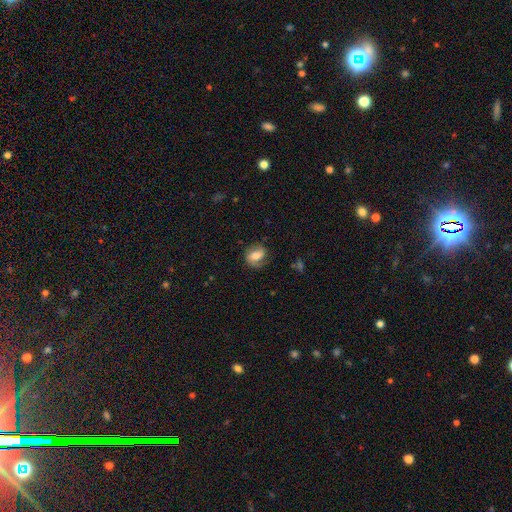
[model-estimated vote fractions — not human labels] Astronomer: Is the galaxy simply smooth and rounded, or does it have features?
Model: smooth — 50% (runner-up: featured or disk, 41%).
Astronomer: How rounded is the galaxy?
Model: in between — 54% (runner-up: round, 44%).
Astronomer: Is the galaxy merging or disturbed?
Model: none — 67%.